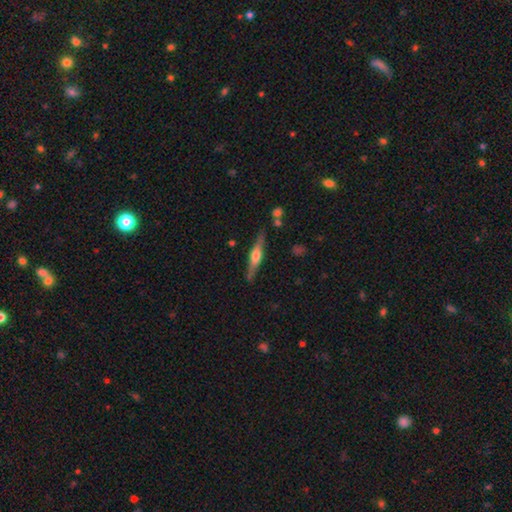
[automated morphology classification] smooth-or-featured: featured or disk: 64% | smooth: 30% | star or artifact: 6%
  disk-edge-on: yes: 96% | no: 4%
    edge-on-bulge: rounded: 88% | boxy: 8% | none: 4%
  merging: none: 85% | minor disturbance: 10% | merger: 3% | major disturbance: 2%